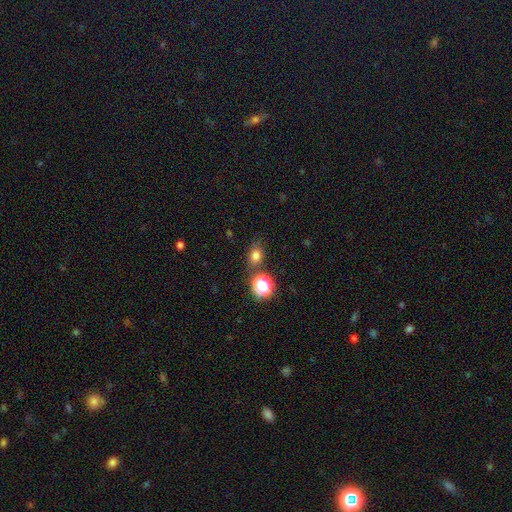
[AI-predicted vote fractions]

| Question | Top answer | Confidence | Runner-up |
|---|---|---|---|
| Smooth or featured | smooth | 74% | star or artifact (19%) |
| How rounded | in between | 52% | round (46%) |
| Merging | none | 73% | minor disturbance (14%) |